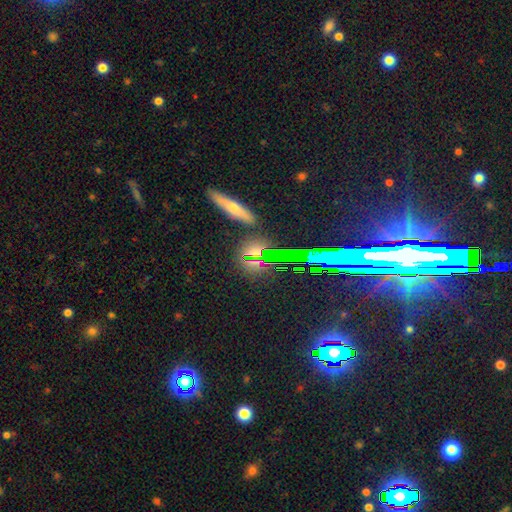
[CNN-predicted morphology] This appears to be a star or artifact, not a galaxy (51%).